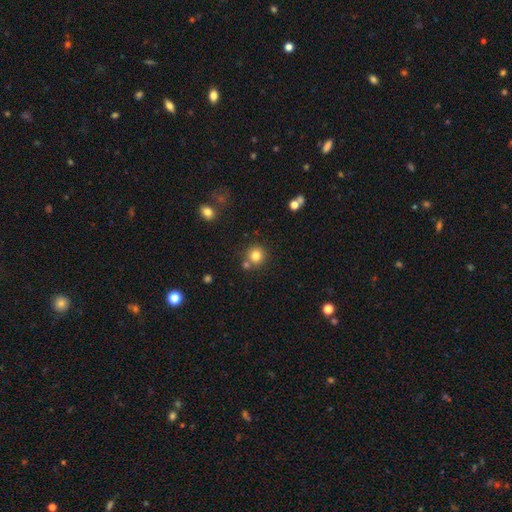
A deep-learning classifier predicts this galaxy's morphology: This is clearly a smooth galaxy (81%). How rounded: clearly round (91%). Merging: likely none (73%).